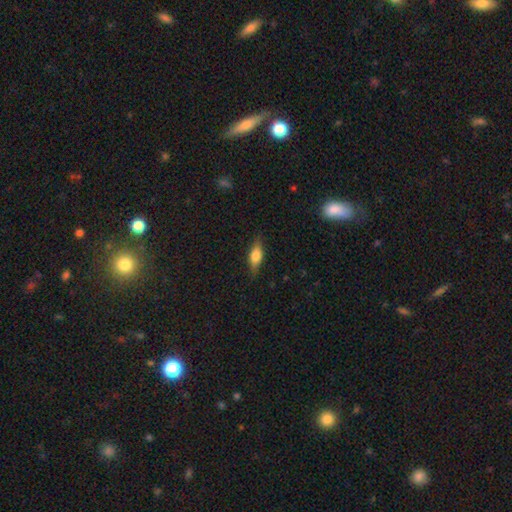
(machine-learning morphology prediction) Smooth or featured?
  - smooth: 68% *
  - featured or disk: 25%
  - star or artifact: 7%
How rounded?
  - in between: 69% *
  - cigar-shaped: 27%
  - round: 4%
Merging?
  - none: 82% *
  - minor disturbance: 14%
  - major disturbance: 3%
  - merger: 1%